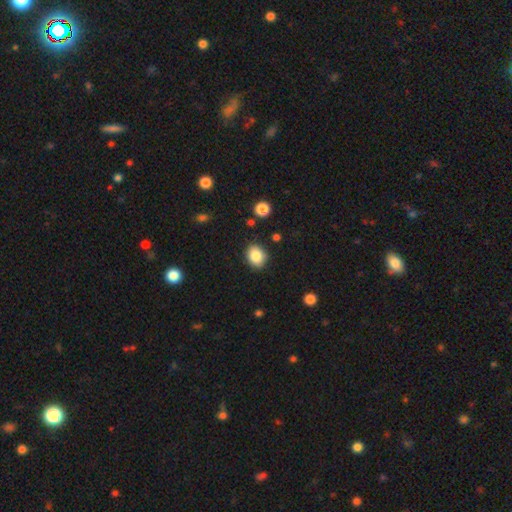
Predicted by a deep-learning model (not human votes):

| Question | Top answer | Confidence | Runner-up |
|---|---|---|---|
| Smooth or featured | smooth | 85% | star or artifact (9%) |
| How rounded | in between | 56% | round (43%) |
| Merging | none | 83% | minor disturbance (12%) |